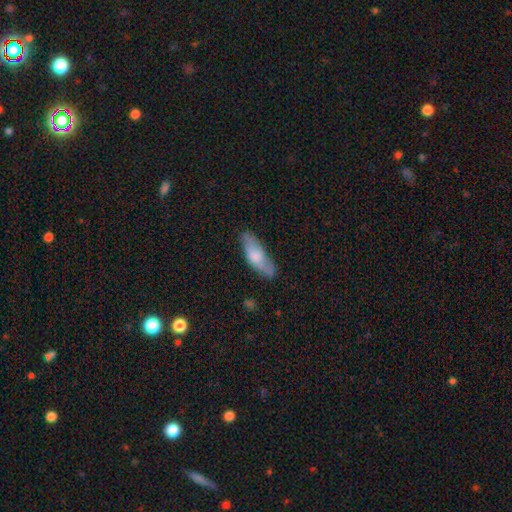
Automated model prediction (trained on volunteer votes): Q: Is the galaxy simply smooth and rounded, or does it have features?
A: smooth — 68%.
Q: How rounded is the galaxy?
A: in between — 61%.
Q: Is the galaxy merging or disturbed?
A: none — 71%.